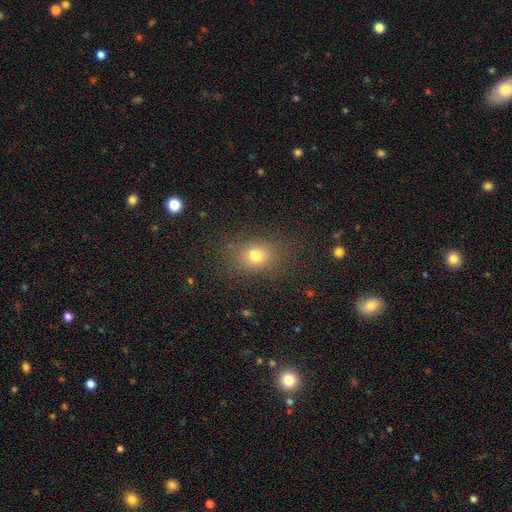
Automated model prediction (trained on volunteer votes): This is likely a smooth galaxy (76%). How rounded: likely in between (62%). Merging: clearly none (80%).